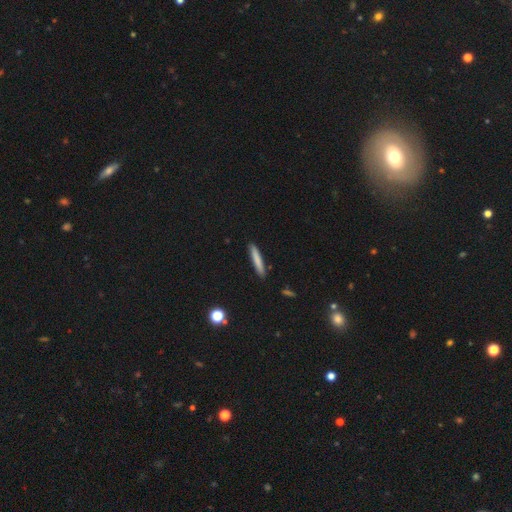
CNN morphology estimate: Q: Smooth or featured?
A: smooth (69%); runner-up: featured or disk (21%)
Q: How rounded?
A: cigar-shaped (94%); runner-up: in between (4%)
Q: Merging?
A: none (89%); runner-up: minor disturbance (8%)